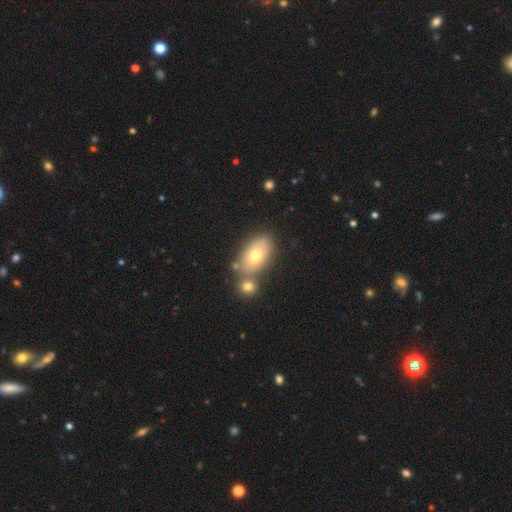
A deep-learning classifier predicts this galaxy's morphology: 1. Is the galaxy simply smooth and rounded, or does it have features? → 67% smooth, 24% featured or disk, 9% star or artifact.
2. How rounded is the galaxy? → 89% in between, 8% round, 3% cigar-shaped.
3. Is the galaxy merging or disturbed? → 59% none, 26% merger, 12% minor disturbance, 4% major disturbance.